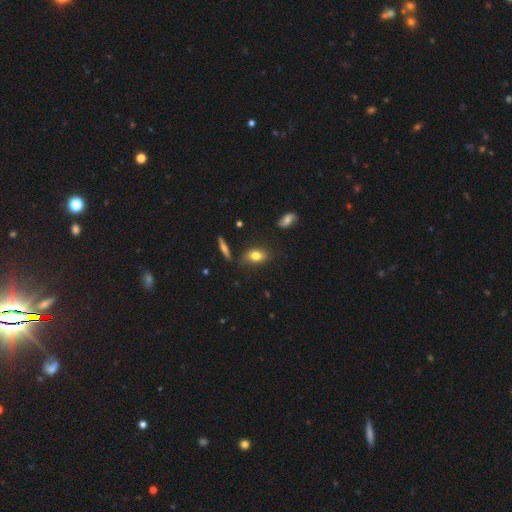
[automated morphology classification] smooth-or-featured: smooth: 77% | featured or disk: 14% | star or artifact: 9%
  how-rounded: in between: 81% | round: 12% | cigar-shaped: 6%
  merging: none: 75% | minor disturbance: 17% | major disturbance: 4% | merger: 4%